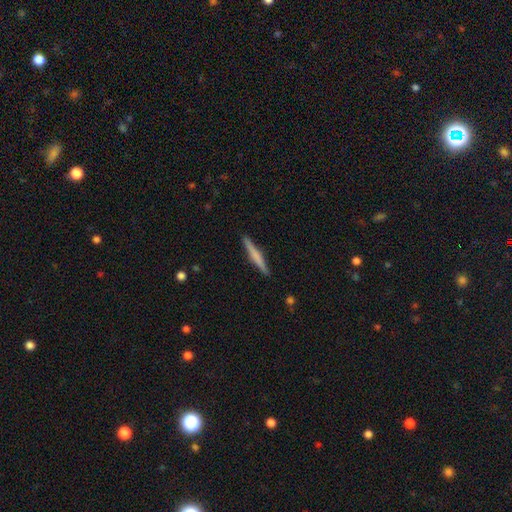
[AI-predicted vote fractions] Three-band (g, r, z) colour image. It shows a smooth galaxy with no disk features (55%) that is cigar-shaped (95%). Merging: none (92%).